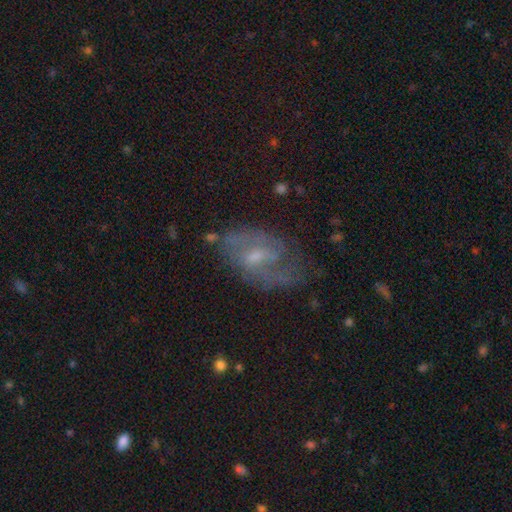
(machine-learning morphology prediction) The model was most divided on "bulge size": small: 50%, moderate: 38%, none: 9%, large: 3%, dominant: 1%. Remaining: edge-on disk — no (95%); spiral arms — yes (81%); smooth or featured — featured or disk (71%); spiral arm count — 2 (56%); merging — none (55%); bar — weak (54%); spiral winding — medium (46%).